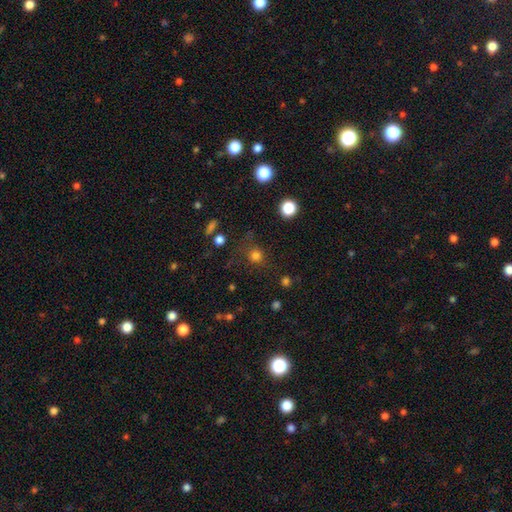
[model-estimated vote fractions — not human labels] Smooth or featured? Predicted: smooth (p=0.76). How rounded? Predicted: round (p=0.90). Merging? Predicted: none (p=0.75).